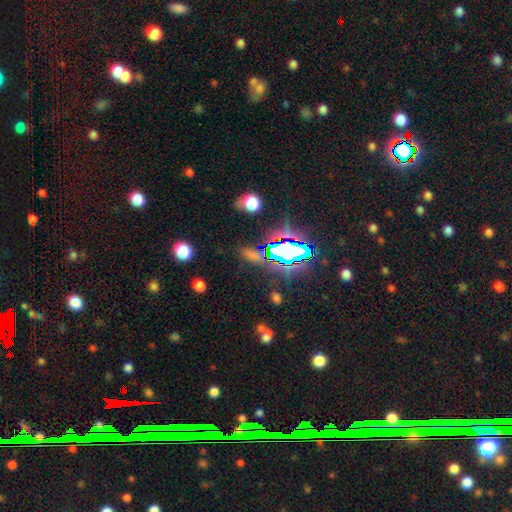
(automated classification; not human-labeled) Morphology: type=star or artifact (45%).